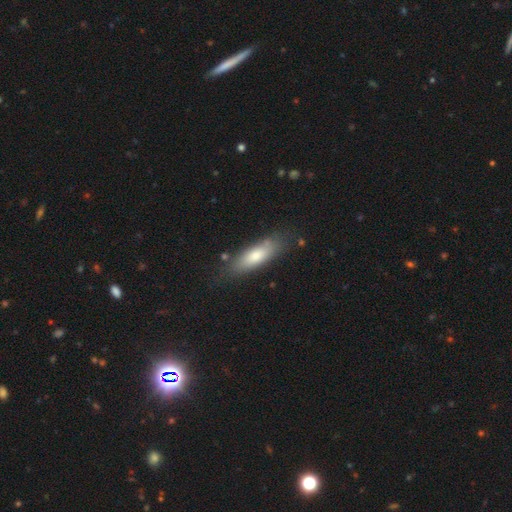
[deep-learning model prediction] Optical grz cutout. It shows a smooth galaxy with no disk features (74%) that is in between round and cigar-shaped (55%). Merging: none (72%).